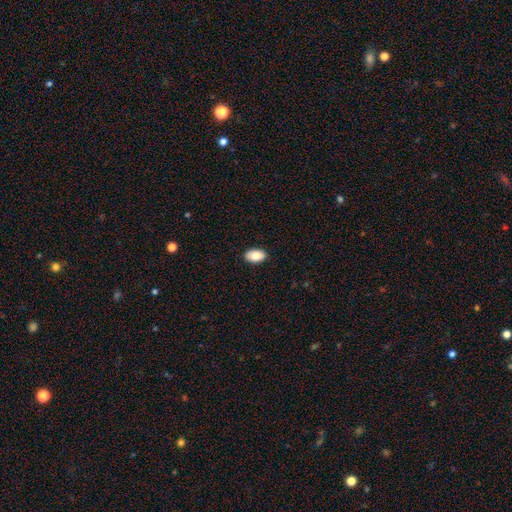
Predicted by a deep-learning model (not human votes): smooth 87%, star or artifact 7%, featured or disk 7%. Down the decision tree: how rounded — in between (93%); merging — none (89%).